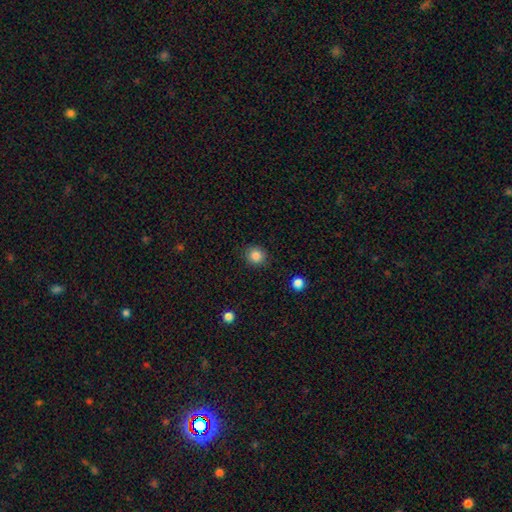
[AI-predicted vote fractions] The model was most divided on "smooth or featured": smooth: 86%, star or artifact: 10%, featured or disk: 4%. More confident: merging — none (88%); how rounded — round (88%).